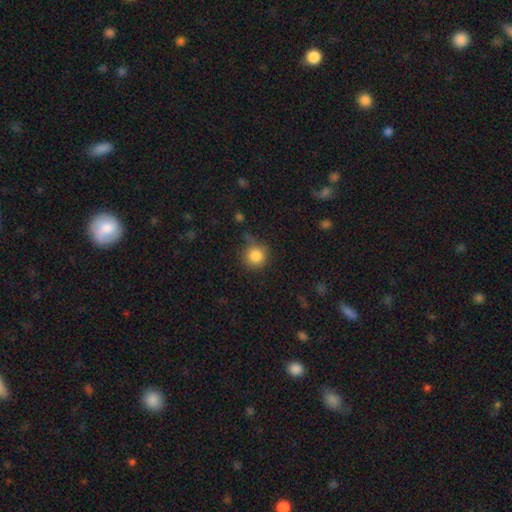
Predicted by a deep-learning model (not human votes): Q: Smooth or featured?
A: smooth (84%); runner-up: star or artifact (11%)
Q: How rounded?
A: round (92%); runner-up: in between (7%)
Q: Merging?
A: none (70%); runner-up: minor disturbance (20%)